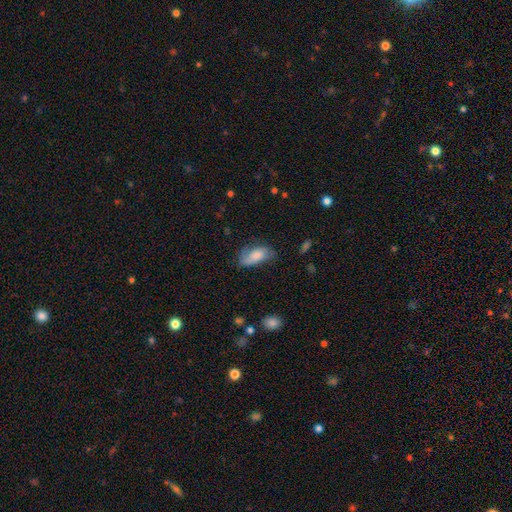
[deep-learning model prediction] smooth-or-featured: smooth: 70% | featured or disk: 23% | star or artifact: 7%
  how-rounded: in between: 89% | cigar-shaped: 8% | round: 3%
  merging: none: 55% | minor disturbance: 31% | major disturbance: 12% | merger: 2%